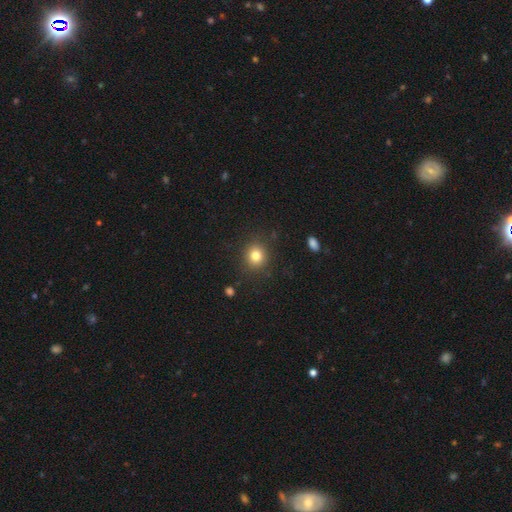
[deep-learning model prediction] Morphology: type=smooth (81%); roundness=round (85%); merging=none (88%).